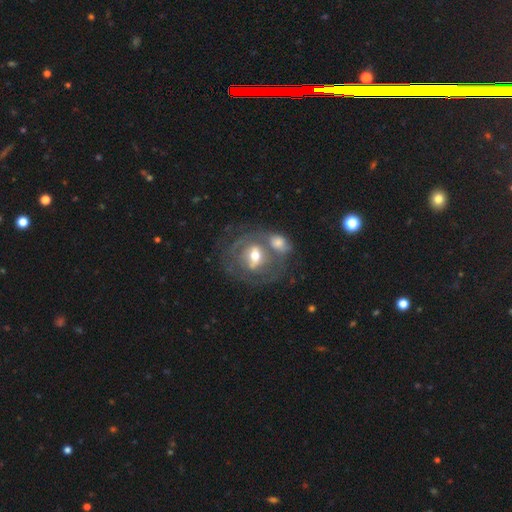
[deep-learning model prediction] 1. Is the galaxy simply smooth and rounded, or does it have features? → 68% featured or disk, 24% smooth, 8% star or artifact.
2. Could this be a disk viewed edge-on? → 95% no, 5% yes.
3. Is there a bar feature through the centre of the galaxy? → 39% no, 38% weak, 22% strong.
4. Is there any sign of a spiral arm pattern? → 52% yes, 48% no.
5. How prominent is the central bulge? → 70% moderate, 18% small, 10% large, 2% none, 1% dominant.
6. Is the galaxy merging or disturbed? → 48% merger, 33% none, 11% minor disturbance, 8% major disturbance.